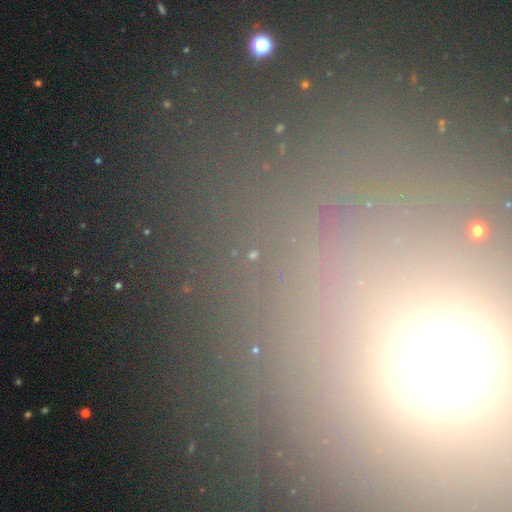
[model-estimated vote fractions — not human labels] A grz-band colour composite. It shows a star or artifact, not a galaxy (69%).